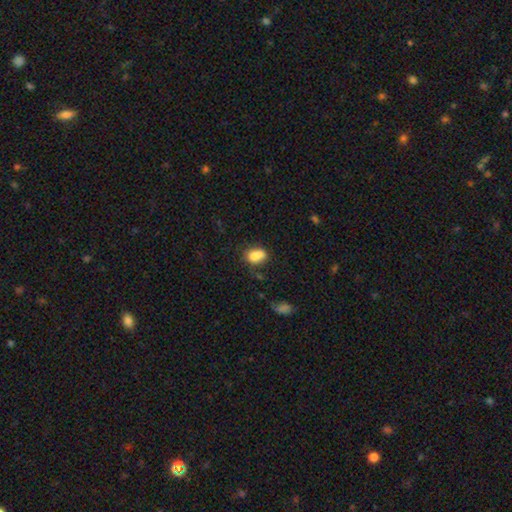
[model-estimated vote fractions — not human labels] Smooth or featured?
  - smooth: 76% *
  - featured or disk: 13%
  - star or artifact: 10%
How rounded?
  - in between: 67% *
  - round: 31%
  - cigar-shaped: 2%
Merging?
  - merger: 37% * (tied)
  - none: 37% * (tied)
  - minor disturbance: 18%
  - major disturbance: 8%